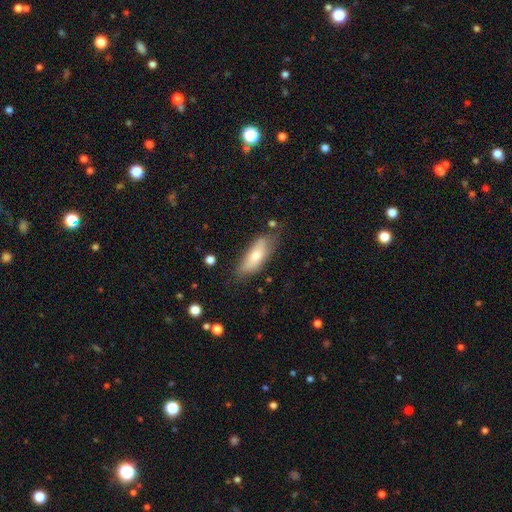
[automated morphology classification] Smooth or featured: smooth — 67% (featured or disk — 26%)
How rounded: in between — 62% (cigar-shaped — 35%)
Merging: none — 63% (minor disturbance — 26%)